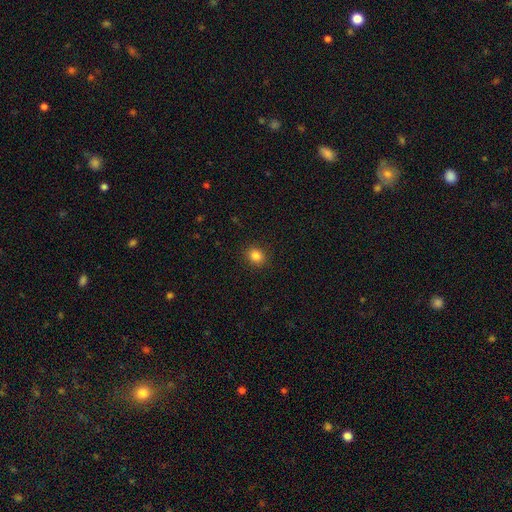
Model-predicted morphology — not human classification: The model was most divided on "how rounded": round: 76%, in between: 23%, cigar-shaped: 1%. More confident: merging — none (91%); smooth or featured — smooth (84%).